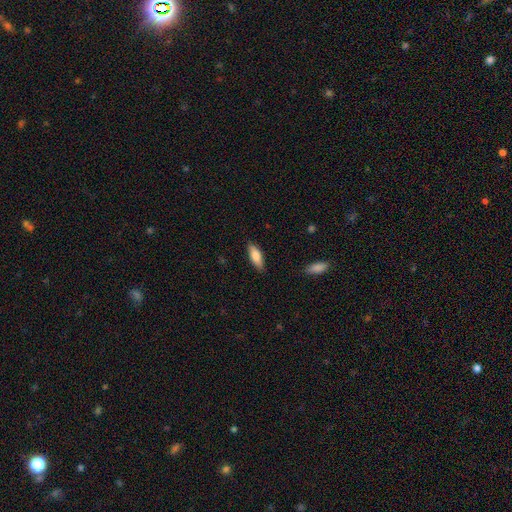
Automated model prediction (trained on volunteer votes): Smooth or featured?
  - smooth: 79% *
  - featured or disk: 15%
  - star or artifact: 6%
How rounded?
  - in between: 64% *
  - cigar-shaped: 34%
  - round: 2%
Merging?
  - none: 85% *
  - minor disturbance: 12%
  - major disturbance: 2%
  - merger: 1%